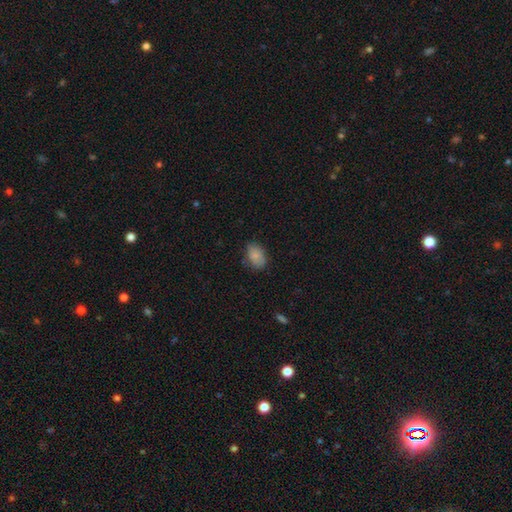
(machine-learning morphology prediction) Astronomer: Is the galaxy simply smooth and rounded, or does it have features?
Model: smooth — 83%.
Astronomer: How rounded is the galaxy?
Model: in between — 84%.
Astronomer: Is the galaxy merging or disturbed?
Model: none — 76%.